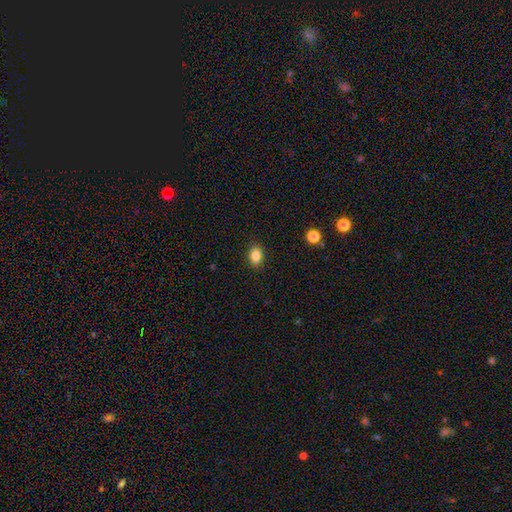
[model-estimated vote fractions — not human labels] Overall: smooth (85%). How rounded: in between (74%). Merging: none (89%).